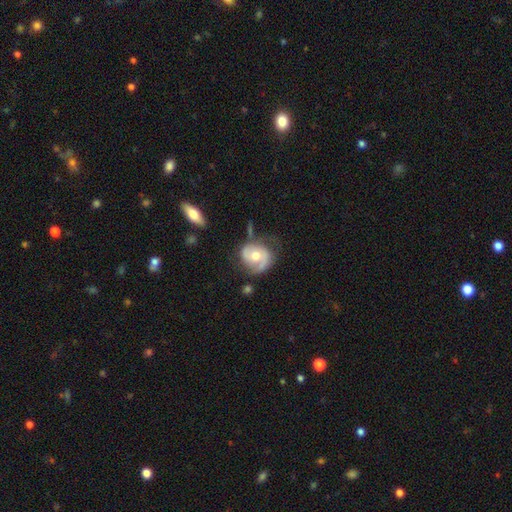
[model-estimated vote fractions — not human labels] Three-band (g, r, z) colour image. It shows a featured or disk galaxy (70%) with no bar (65%), 2 (71%) medium (41%) spiral arms (87%) and a moderate central bulge (71%). Merging: none (56%).